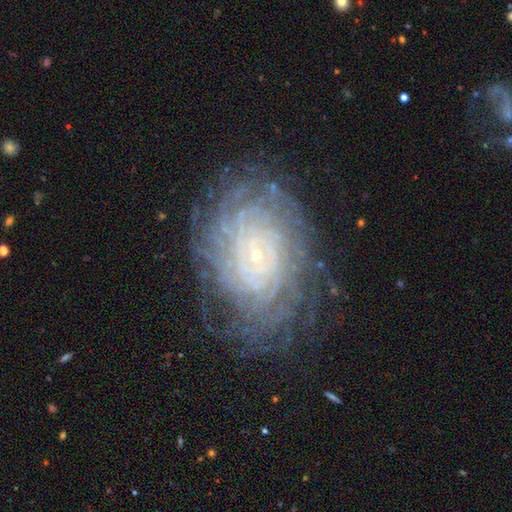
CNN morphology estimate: Smooth or featured? Predicted: featured or disk (p=0.83). Edge-on disk? Predicted: no (p=0.96). Bar? Predicted: no (p=0.74). Spiral arms? Predicted: yes (p=0.95). Spiral winding? Predicted: tight (p=0.86). Spiral arm count? Predicted: more than 4 (p=0.35). Bulge size? Predicted: small (p=0.89). Merging? Predicted: none (p=0.78).